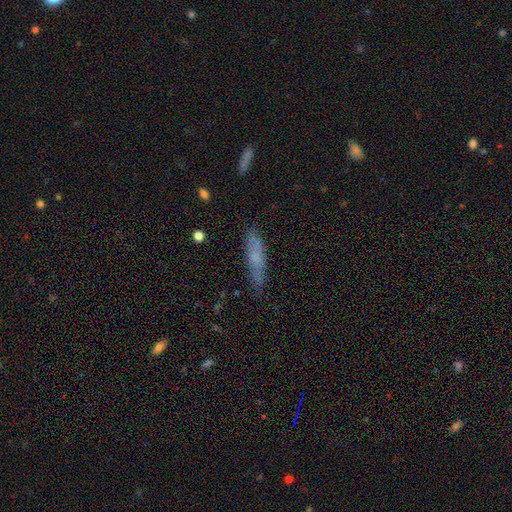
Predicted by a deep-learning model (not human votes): Smooth or featured? smooth (62%)
How rounded? cigar-shaped (80%)
Merging? none (75%)